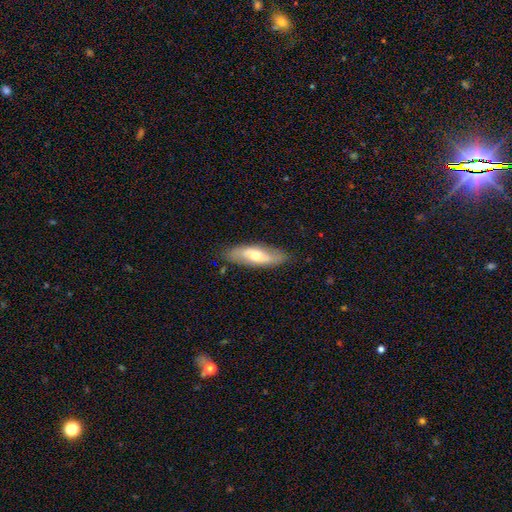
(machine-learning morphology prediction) A featured or disk galaxy (49%).

Vote fractions:
- Smooth or featured? featured or disk: 49% / smooth: 45% / star or artifact: 6%
- Merging? none: 83% / minor disturbance: 13% / major disturbance: 3% / merger: 1%